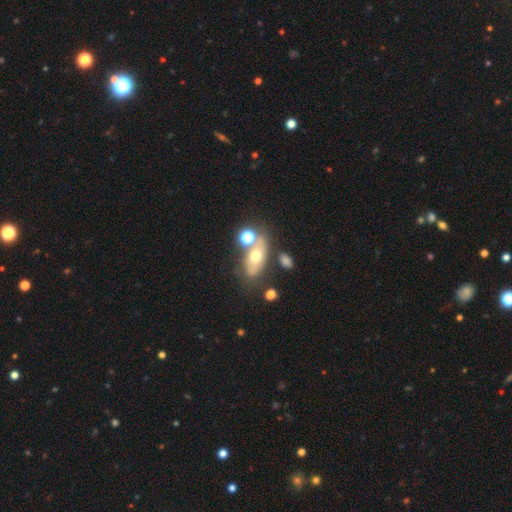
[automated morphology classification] smooth_or_featured: smooth (p=0.51) [alt: featured or disk p=0.37]
how_rounded: in between (p=0.78) [alt: round p=0.16]
merging: none (p=0.52) [alt: merger p=0.23]